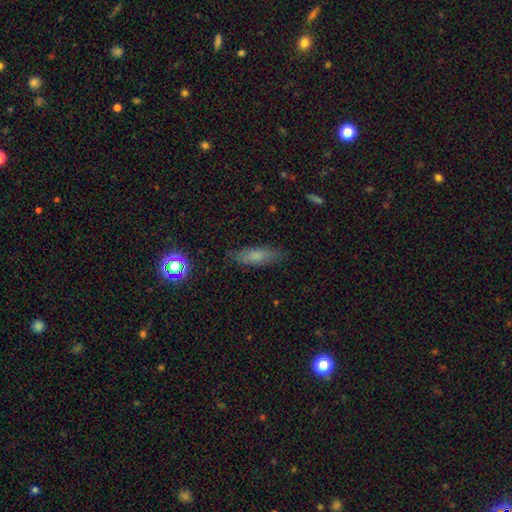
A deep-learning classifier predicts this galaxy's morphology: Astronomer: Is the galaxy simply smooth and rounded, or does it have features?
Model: smooth — 72%.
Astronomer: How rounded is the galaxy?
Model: in between — 53% (runner-up: cigar-shaped, 45%).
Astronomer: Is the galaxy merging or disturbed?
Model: none — 82%.